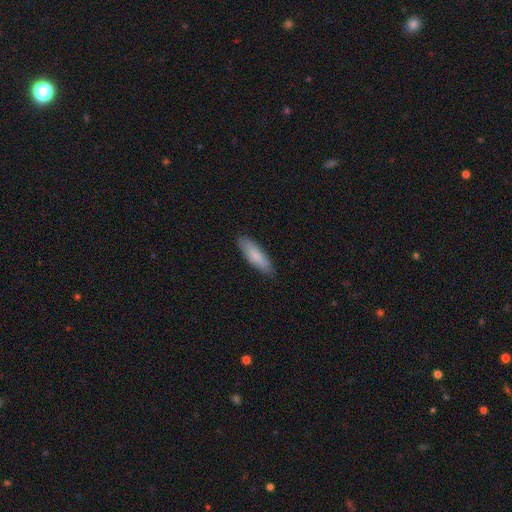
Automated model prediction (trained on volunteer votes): Smooth or featured? Predicted: smooth (p=0.79). How rounded? Predicted: cigar-shaped (p=0.57). Merging? Predicted: none (p=0.86).